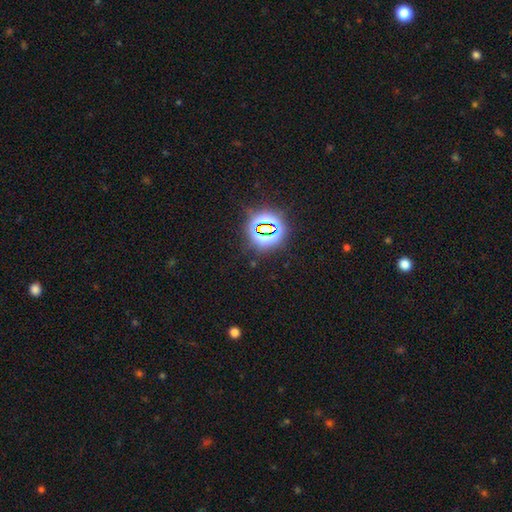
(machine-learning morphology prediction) Smooth or featured: star or artifact — 83% (smooth — 12%)